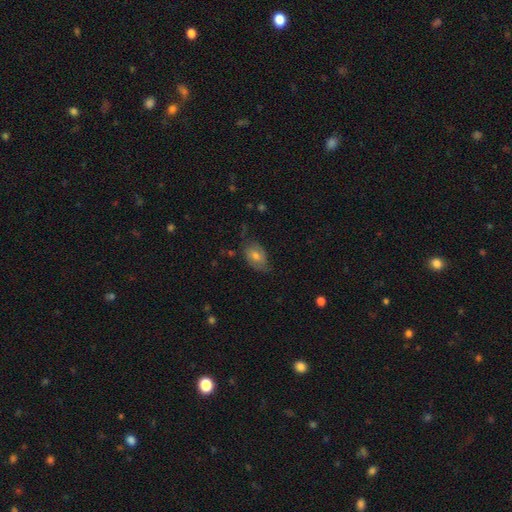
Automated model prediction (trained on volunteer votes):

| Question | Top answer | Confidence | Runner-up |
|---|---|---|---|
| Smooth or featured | smooth | 47% | featured or disk (44%) |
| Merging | none | 63% | minor disturbance (26%) |